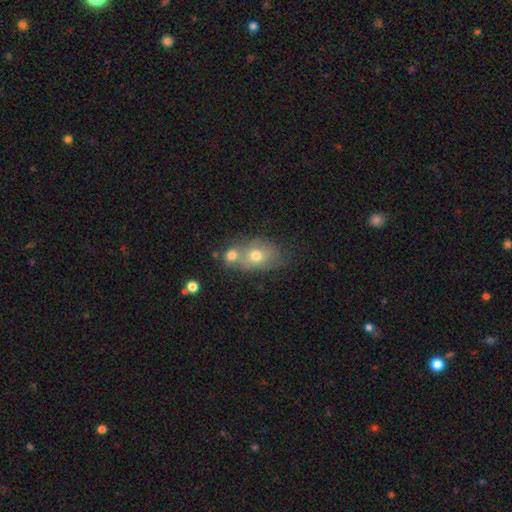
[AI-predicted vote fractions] smooth-or-featured: smooth: 66% | featured or disk: 25% | star or artifact: 10%
  how-rounded: in between: 67% | round: 31% | cigar-shaped: 2%
  merging: merger: 49% | none: 32% | minor disturbance: 13% | major disturbance: 6%